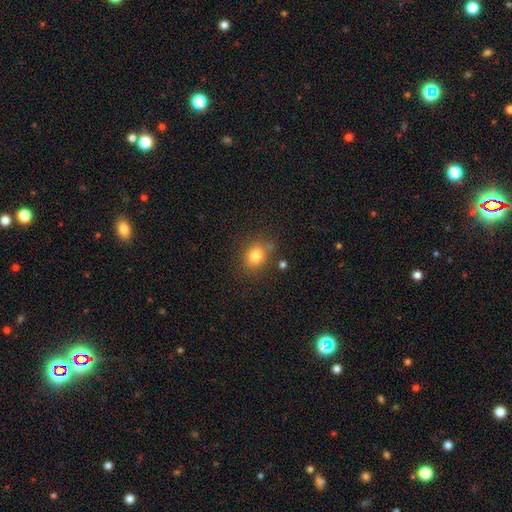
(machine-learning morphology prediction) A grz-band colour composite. It shows a smooth galaxy with no disk features (80%) that is in between round and cigar-shaped (50%). Merging: none (74%).